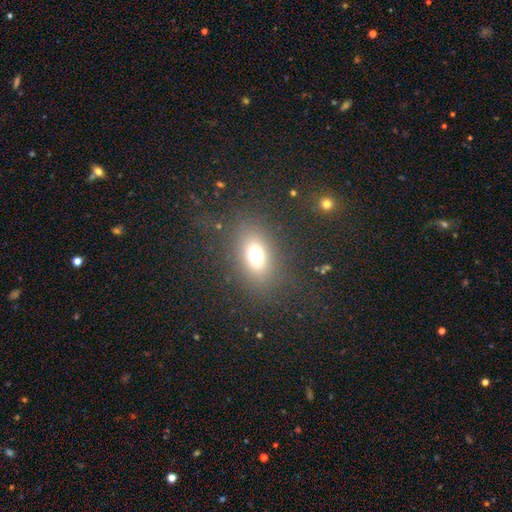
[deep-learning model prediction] Overall: smooth (65%). How rounded: in between (70%). Merging: none (80%).